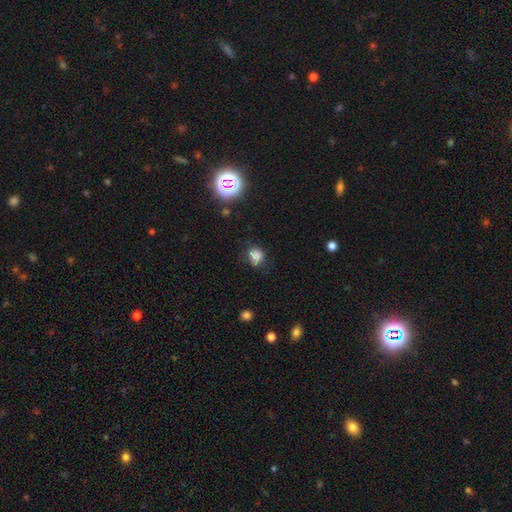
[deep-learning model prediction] smooth-or-featured: smooth: 75% | star or artifact: 16% | featured or disk: 9%
  how-rounded: round: 60% | in between: 39% | cigar-shaped: 1%
  merging: none: 56% | minor disturbance: 26% | major disturbance: 9% | merger: 8%